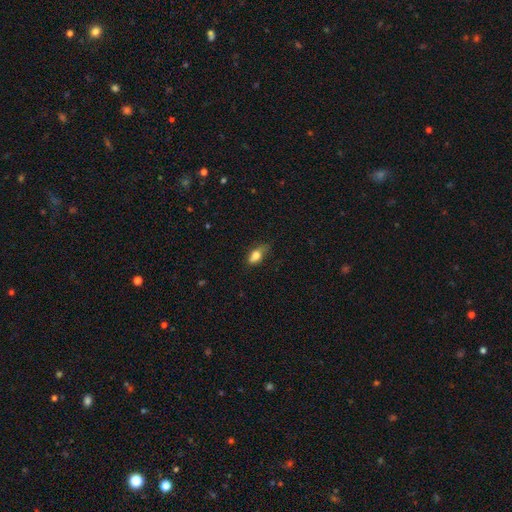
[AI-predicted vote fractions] Smooth or featured?
  - smooth: 75% *
  - featured or disk: 16%
  - star or artifact: 8%
How rounded?
  - in between: 82% *
  - cigar-shaped: 9%
  - round: 9%
Merging?
  - none: 55% *
  - minor disturbance: 33%
  - major disturbance: 10%
  - merger: 2%